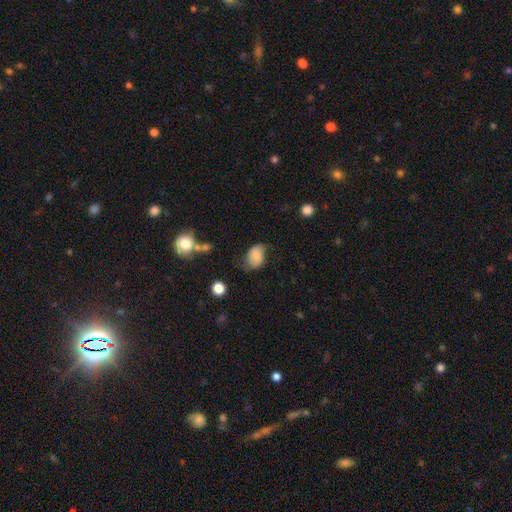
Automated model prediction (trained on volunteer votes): Smooth or featured: smooth — 73% (featured or disk — 18%)
How rounded: in between — 78% (round — 21%)
Merging: none — 51% (minor disturbance — 33%)